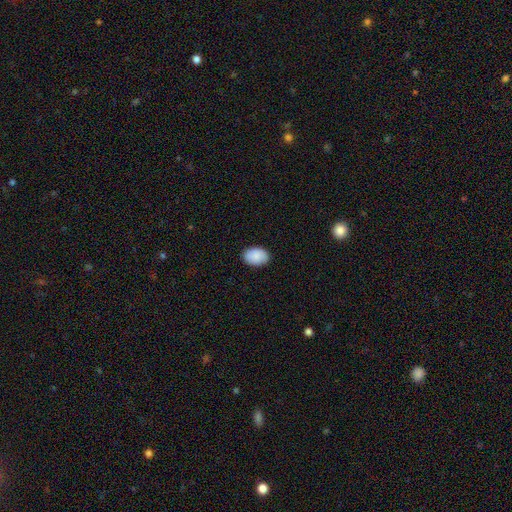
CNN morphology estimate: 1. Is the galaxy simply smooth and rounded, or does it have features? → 88% smooth, 6% star or artifact, 5% featured or disk.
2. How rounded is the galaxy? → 83% in between, 17% round, 1% cigar-shaped.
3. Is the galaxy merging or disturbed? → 87% none, 10% minor disturbance, 2% major disturbance, 1% merger.